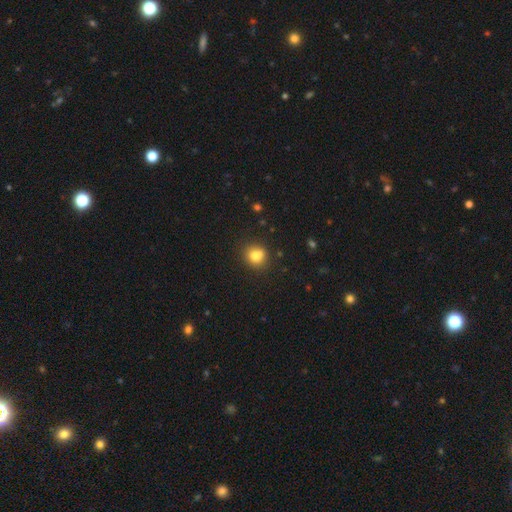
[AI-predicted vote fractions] A smooth galaxy with no disk features (79%) that is round (74%).

Vote fractions:
- Smooth or featured? smooth: 79% / star or artifact: 12% / featured or disk: 10%
- How rounded? round: 74% / in between: 25% / cigar-shaped: 1%
- Merging? none: 67% / minor disturbance: 16% / merger: 13% / major disturbance: 4%